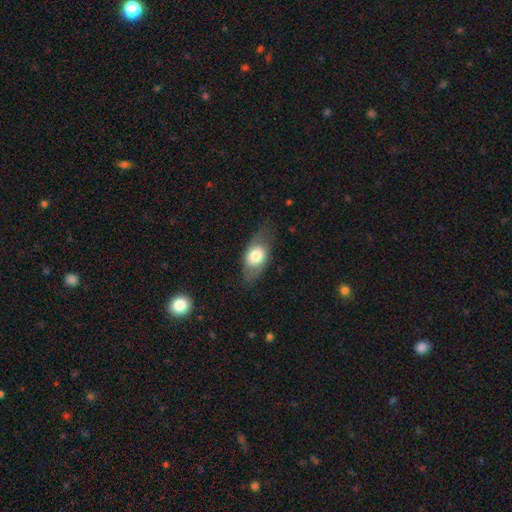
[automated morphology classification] Overall: smooth (65%; featured or disk 28%). How rounded: in between (84%). Merging: none (72%).